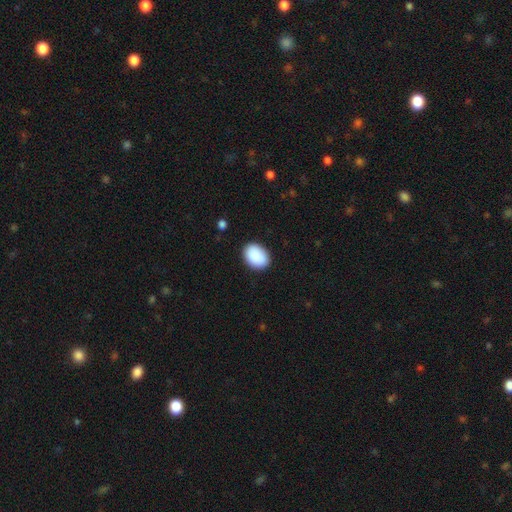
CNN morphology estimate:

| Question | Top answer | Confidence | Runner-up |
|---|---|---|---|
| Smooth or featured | smooth | 90% | star or artifact (6%) |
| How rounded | in between | 77% | round (22%) |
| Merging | none | 87% | minor disturbance (9%) |